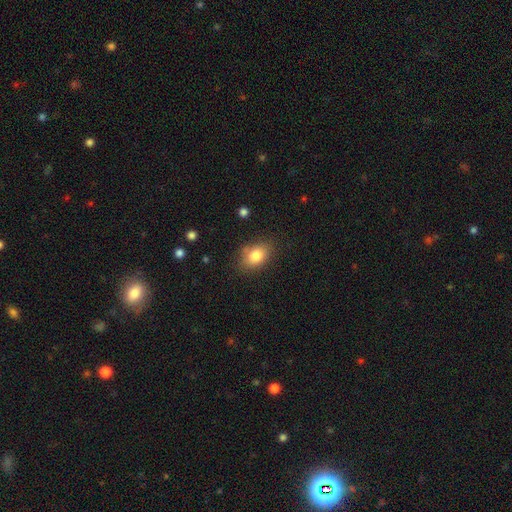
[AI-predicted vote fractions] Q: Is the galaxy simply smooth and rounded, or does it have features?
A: smooth — 81%.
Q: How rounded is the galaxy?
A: in between — 80%.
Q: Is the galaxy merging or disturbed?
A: none — 78%.